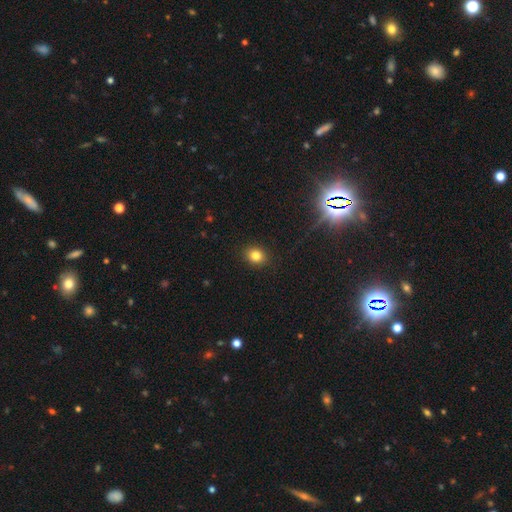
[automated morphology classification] Smooth or featured? smooth (82%)
How rounded? round (62%)
Merging? none (90%)